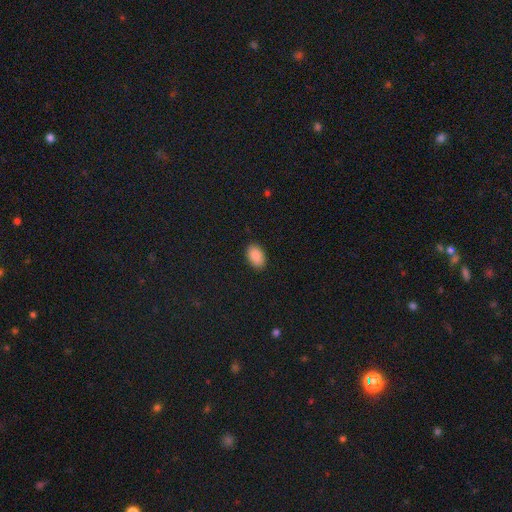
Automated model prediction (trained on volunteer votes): Smooth or featured? smooth (89%)
How rounded? in between (92%)
Merging? none (89%)